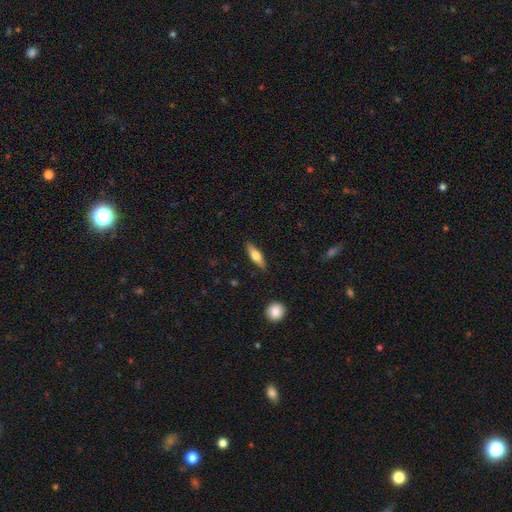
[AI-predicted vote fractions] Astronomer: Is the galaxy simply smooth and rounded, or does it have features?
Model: smooth — 57% (runner-up: featured or disk, 37%).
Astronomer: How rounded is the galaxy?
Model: cigar-shaped — 52% (runner-up: in between, 45%).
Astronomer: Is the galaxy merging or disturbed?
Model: none — 87%.